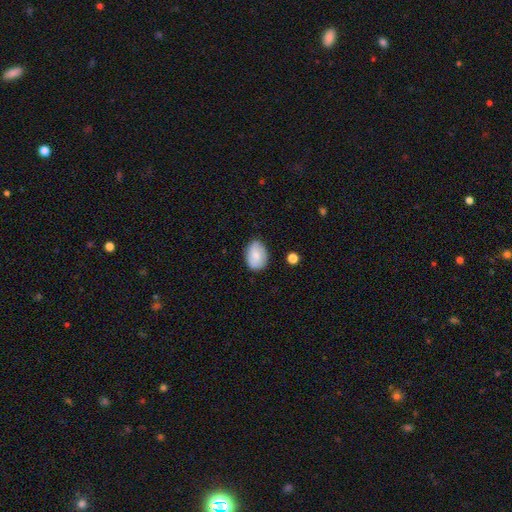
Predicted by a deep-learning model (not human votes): The model was most divided on "smooth or featured": smooth: 75%, featured or disk: 18%, star or artifact: 7%. More confident: how rounded — in between (79%); merging — none (77%).